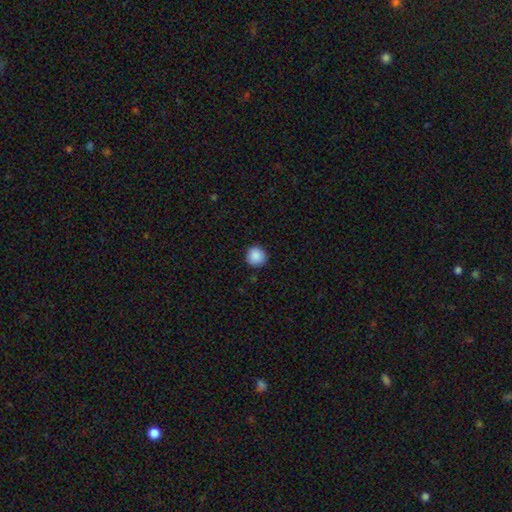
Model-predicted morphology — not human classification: smooth-or-featured: smooth: 89% | star or artifact: 8% | featured or disk: 3%
  how-rounded: round: 93% | in between: 6% | cigar-shaped: 1%
  merging: none: 90% | minor disturbance: 7% | major disturbance: 2% | merger: 1%